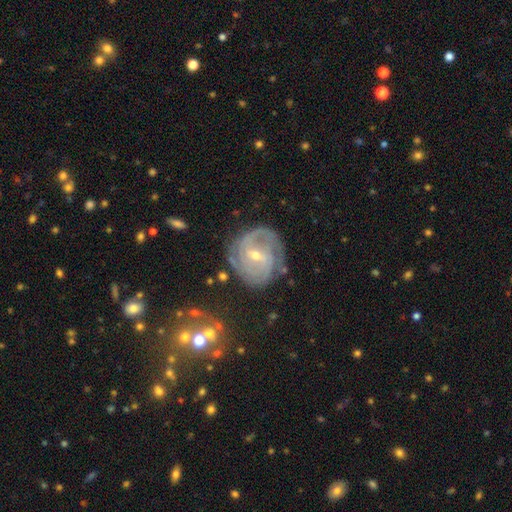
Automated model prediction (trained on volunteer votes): Smooth or featured?
  - featured or disk: 85% *
  - smooth: 8%
  - star or artifact: 7%
Edge-on disk?
  - no: 97% *
  - yes: 3%
Bar?
  - weak: 49% *
  - no: 33%
  - strong: 18%
Spiral arms?
  - yes: 95% *
  - no: 5%
Spiral winding?
  - tight: 58% *
  - medium: 34%
  - loose: 9%
Spiral arm count?
  - 2: 37% *
  - can't tell: 24%
  - 3: 22%
  - 4: 8%
  - 1: 5%
  - more than 4: 5%
Bulge size?
  - small: 64% *
  - moderate: 33%
  - large: 1%
  - none: 1%
  - dominant: 1%
Merging?
  - none: 72% *
  - minor disturbance: 18%
  - major disturbance: 7%
  - merger: 2%